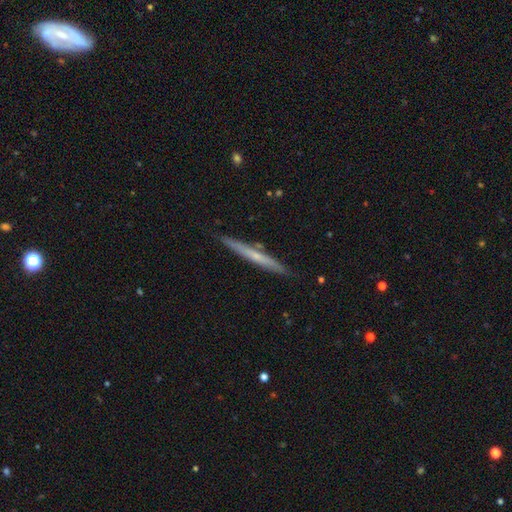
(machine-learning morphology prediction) featured or disk 55%, smooth 39%, star or artifact 6%. Down the decision tree: edge-on disk — yes (96%); edge-on bulge — none (62%); merging — none (88%).